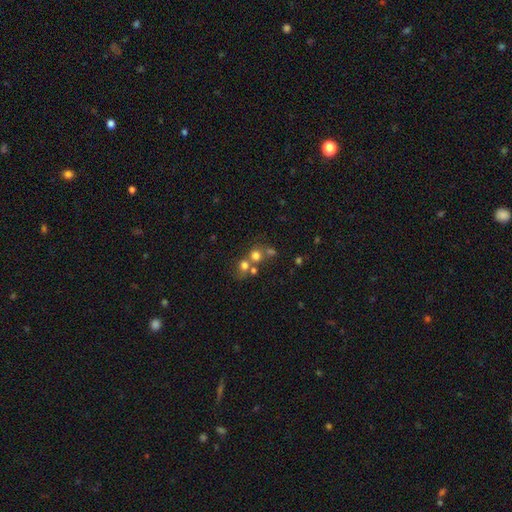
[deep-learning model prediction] smooth-or-featured: smooth: 68% | star or artifact: 19% | featured or disk: 14%
  how-rounded: round: 84% | in between: 15% | cigar-shaped: 1%
  merging: none: 46% | merger: 43% | minor disturbance: 7% | major disturbance: 5%